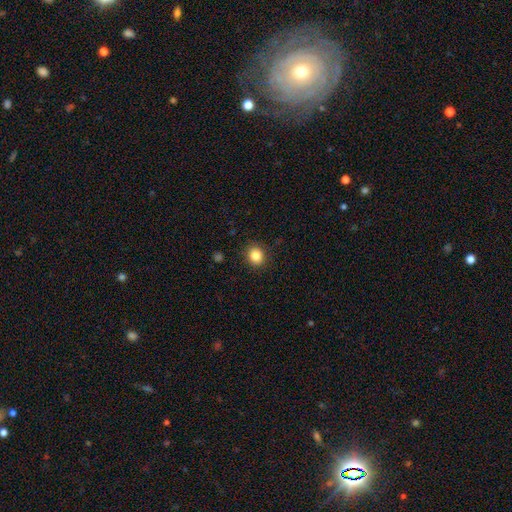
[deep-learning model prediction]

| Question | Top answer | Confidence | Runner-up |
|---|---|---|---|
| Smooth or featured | smooth | 84% | star or artifact (11%) |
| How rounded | round | 81% | in between (18%) |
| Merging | none | 90% | minor disturbance (7%) |